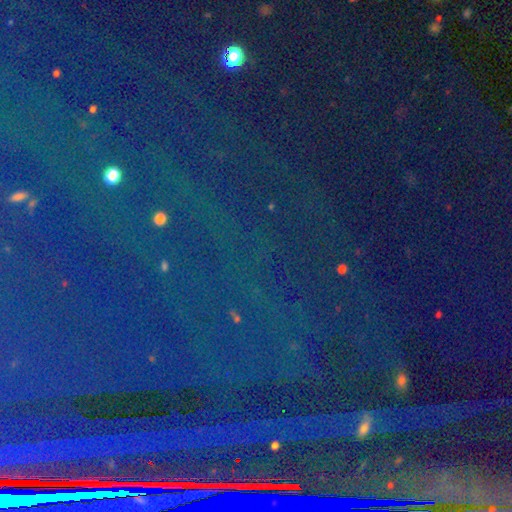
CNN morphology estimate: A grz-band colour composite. It shows a star or artifact, not a galaxy (86%).